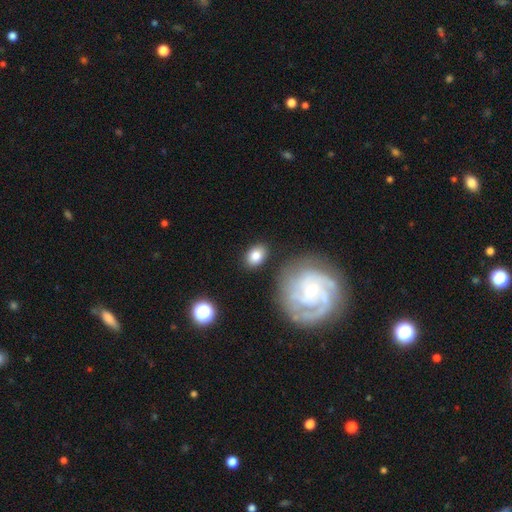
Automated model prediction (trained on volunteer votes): A smooth galaxy with no disk features (82%) that is in between round and cigar-shaped (74%).

Vote fractions:
- Smooth or featured? smooth: 82% / featured or disk: 10% / star or artifact: 8%
- How rounded? in between: 74% / round: 24% / cigar-shaped: 1%
- Merging? none: 83% / minor disturbance: 10% / merger: 4% / major disturbance: 3%